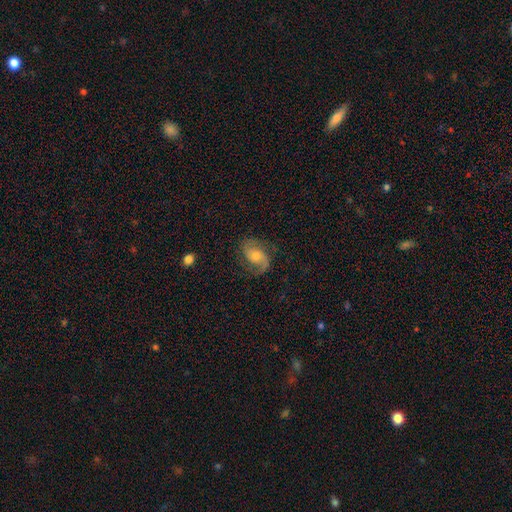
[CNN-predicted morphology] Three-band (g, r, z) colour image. It shows a featured or disk galaxy (80%) with no bar (60%), 2 (86%) medium (50%) spiral arms (95%) and a moderate central bulge (58%). Merging: none (74%).